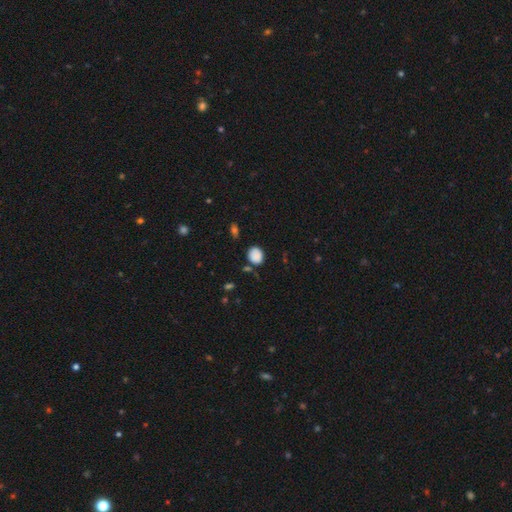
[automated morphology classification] Overall: smooth (85%). How rounded: round (67%; in between 32%). Merging: none (70%).